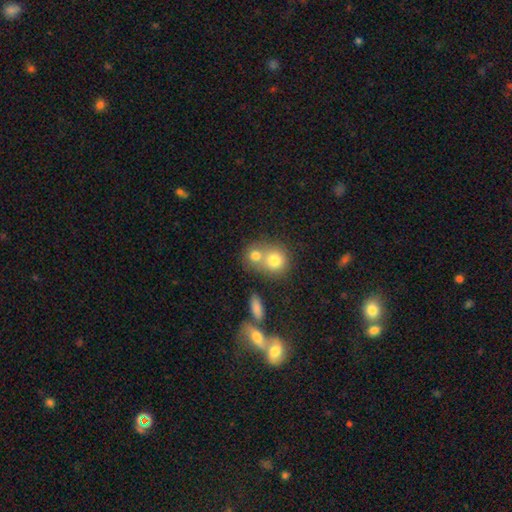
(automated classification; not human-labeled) Morphology: type=smooth (75%); roundness=round (75%); merging=merger (55%).